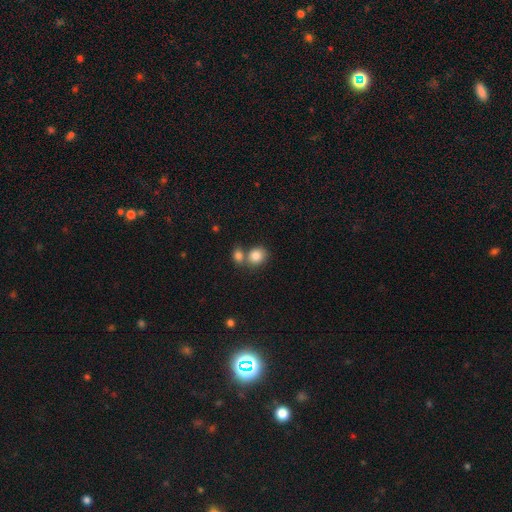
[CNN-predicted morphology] This appears to be a smooth galaxy with no disk features (84%) that is round (66%). Merging: none (46%).